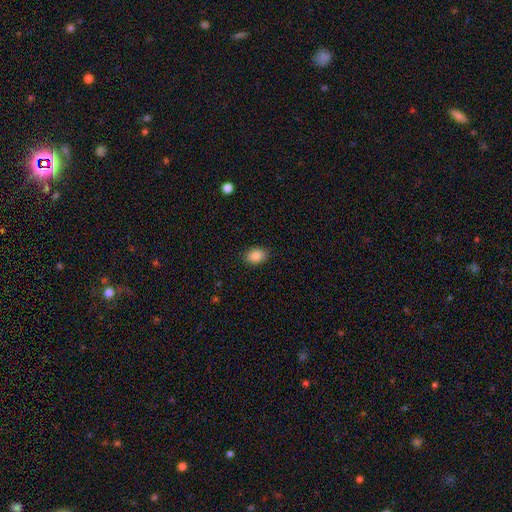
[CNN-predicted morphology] A smooth galaxy with no disk features (87%) that is in between round and cigar-shaped (81%). Merging: none (88%).